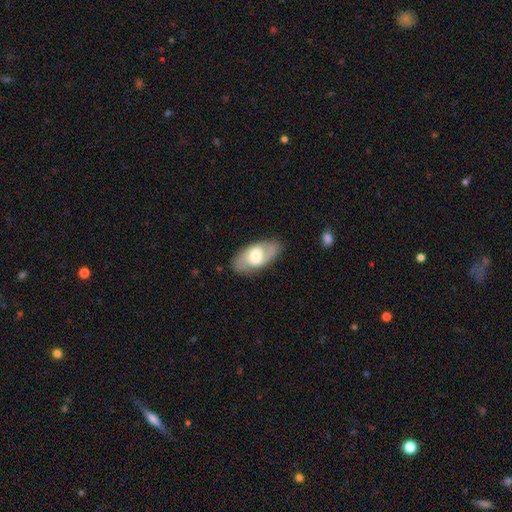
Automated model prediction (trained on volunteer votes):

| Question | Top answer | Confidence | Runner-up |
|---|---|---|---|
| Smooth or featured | featured or disk | 61% | smooth (34%) |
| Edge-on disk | no | 90% | yes (10%) |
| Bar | no | 44% | weak (42%) |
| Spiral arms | yes | 71% | no (29%) |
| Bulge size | moderate | 57% | large (22%) |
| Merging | none | 82% | minor disturbance (13%) |